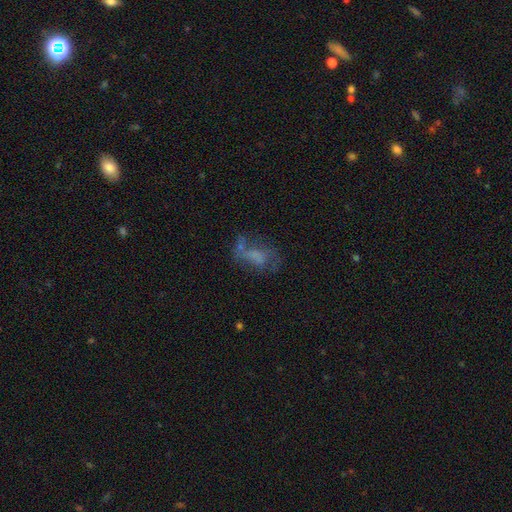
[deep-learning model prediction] Smooth or featured?
  - featured or disk: 46% *
  - smooth: 38%
  - star or artifact: 16%
Merging?
  - none: 39% *
  - major disturbance: 30%
  - minor disturbance: 20%
  - merger: 11%